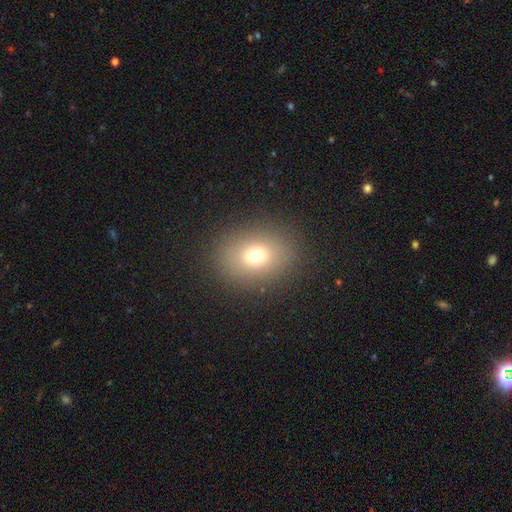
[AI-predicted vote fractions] Smooth or featured? Predicted: smooth (p=0.72). How rounded? Predicted: in between (p=0.51). Merging? Predicted: none (p=0.88).